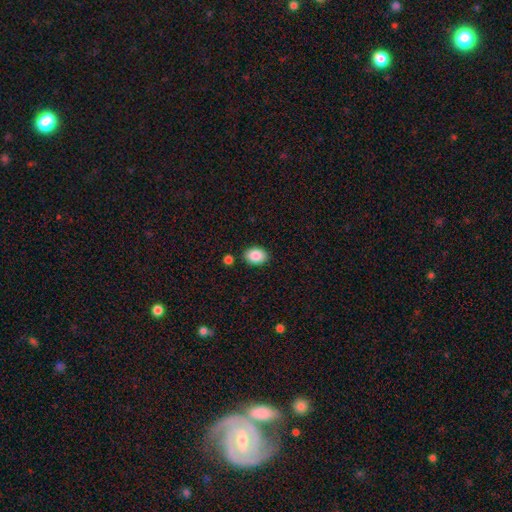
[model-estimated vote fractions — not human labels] smooth-or-featured: smooth: 88% | star or artifact: 7% | featured or disk: 5%
  how-rounded: in between: 78% | round: 21% | cigar-shaped: 1%
  merging: none: 86% | minor disturbance: 9% | merger: 3% | major disturbance: 2%